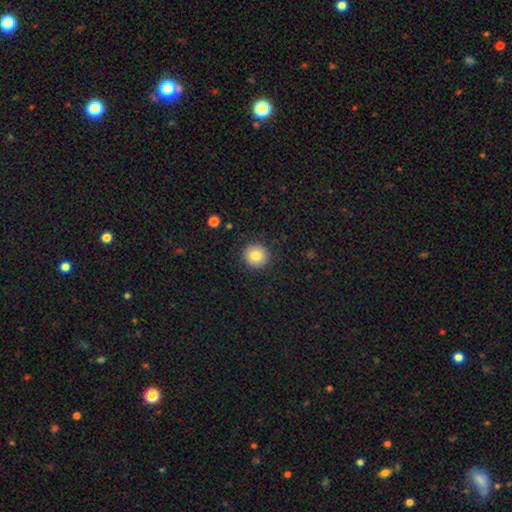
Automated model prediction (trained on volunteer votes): The model was most divided on "smooth or featured": smooth: 82%, star or artifact: 9%, featured or disk: 9%. More confident: how rounded — round (94%); merging — none (90%).